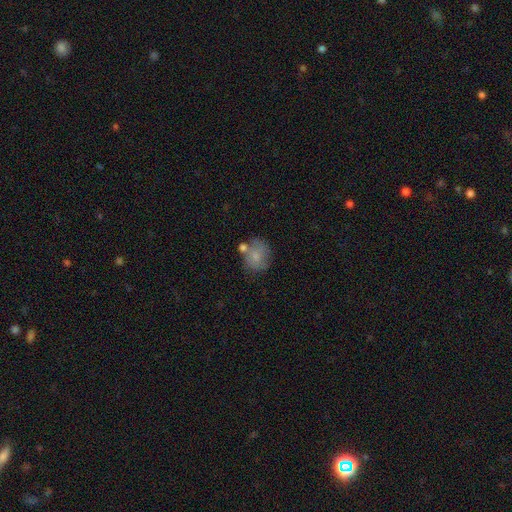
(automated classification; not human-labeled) A smooth galaxy with no disk features (71%) that is round (68%). Merging: none (52%).